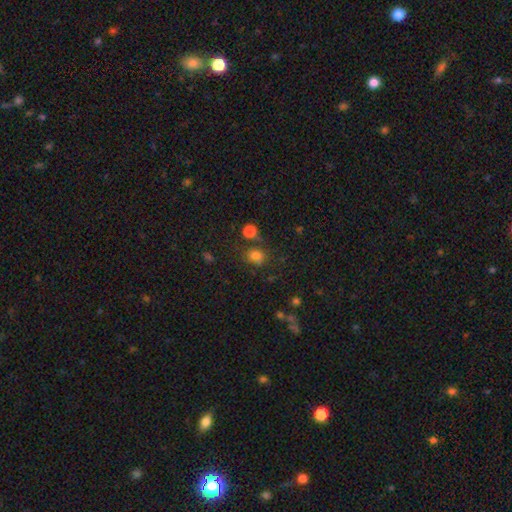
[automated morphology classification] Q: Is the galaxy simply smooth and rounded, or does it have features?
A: smooth — 77%.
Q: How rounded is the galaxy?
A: round — 69%.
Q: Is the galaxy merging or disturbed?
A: none — 66%.